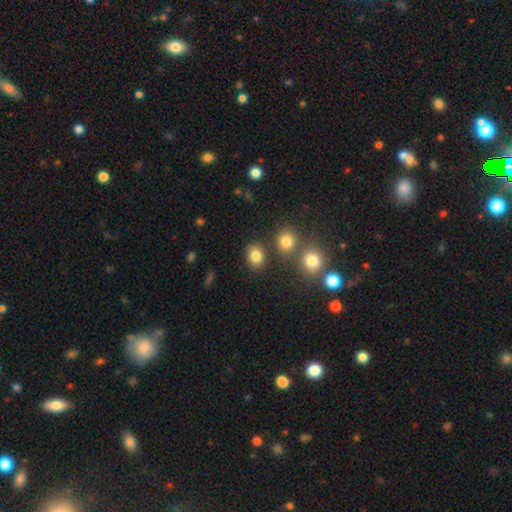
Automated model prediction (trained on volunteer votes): smooth_or_featured: smooth (p=0.82) [alt: star or artifact p=0.12]
how_rounded: in between (p=0.52) [alt: round p=0.46]
merging: none (p=0.78) [alt: minor disturbance p=0.10]